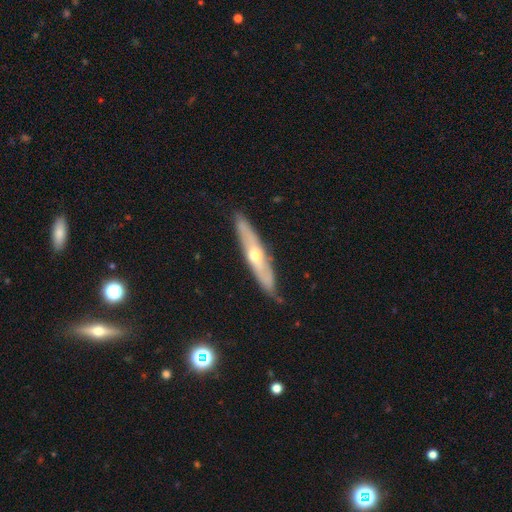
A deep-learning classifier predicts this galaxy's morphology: Smooth or featured?
  - featured or disk: 65% *
  - smooth: 29%
  - star or artifact: 6%
Edge-on disk?
  - yes: 70% *
  - no: 30%
Merging?
  - none: 83% *
  - minor disturbance: 13%
  - major disturbance: 2%
  - merger: 1%